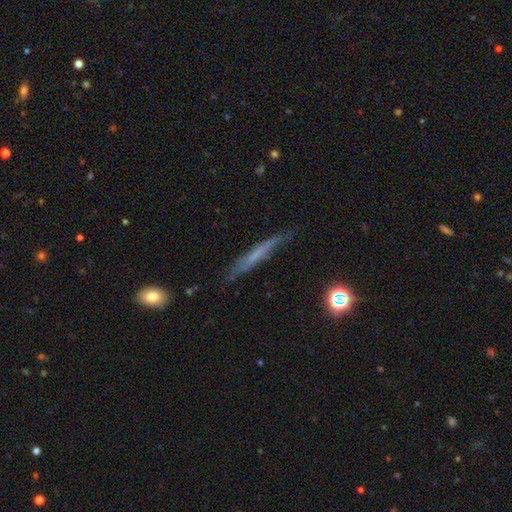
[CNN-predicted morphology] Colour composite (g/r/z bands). It shows a featured or disk galaxy (50%). Merging: none (76%).